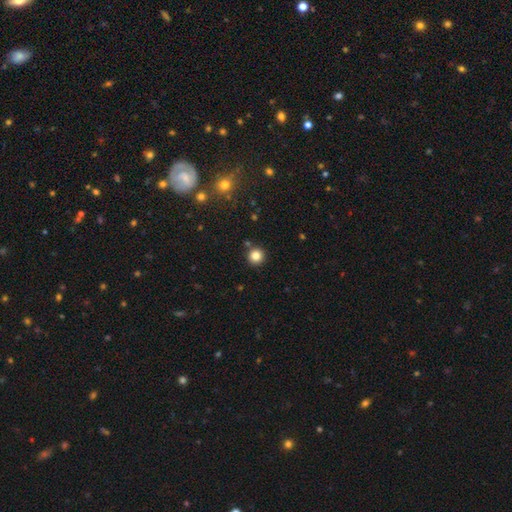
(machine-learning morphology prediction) smooth_or_featured: smooth (p=0.83) [alt: star or artifact p=0.12]
how_rounded: round (p=0.95) [alt: in between p=0.04]
merging: none (p=0.89) [alt: minor disturbance p=0.05]